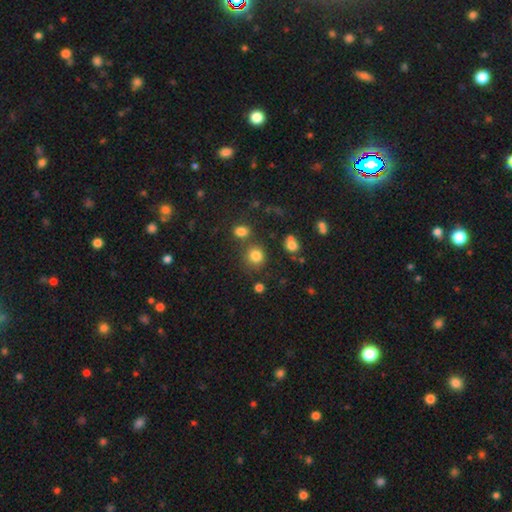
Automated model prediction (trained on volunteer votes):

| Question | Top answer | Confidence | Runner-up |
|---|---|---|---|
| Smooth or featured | smooth | 80% | star or artifact (14%) |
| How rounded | round | 85% | in between (14%) |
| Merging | none | 72% | merger (13%) |